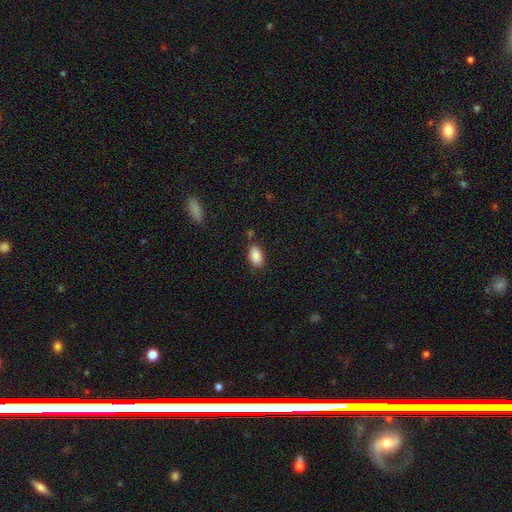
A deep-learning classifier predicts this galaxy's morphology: smooth-or-featured: smooth: 88% | star or artifact: 8% | featured or disk: 4%
  how-rounded: in between: 92% | round: 6% | cigar-shaped: 2%
  merging: none: 79% | minor disturbance: 14% | merger: 4% | major disturbance: 3%